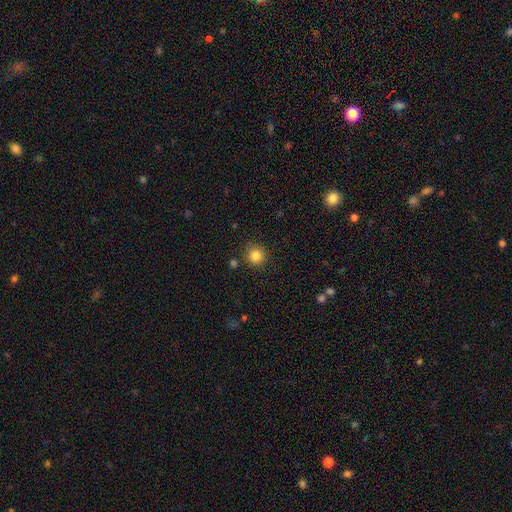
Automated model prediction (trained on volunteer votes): The model was most divided on "smooth or featured": smooth: 84%, star or artifact: 11%, featured or disk: 5%. More confident: how rounded — round (91%); merging — none (84%).